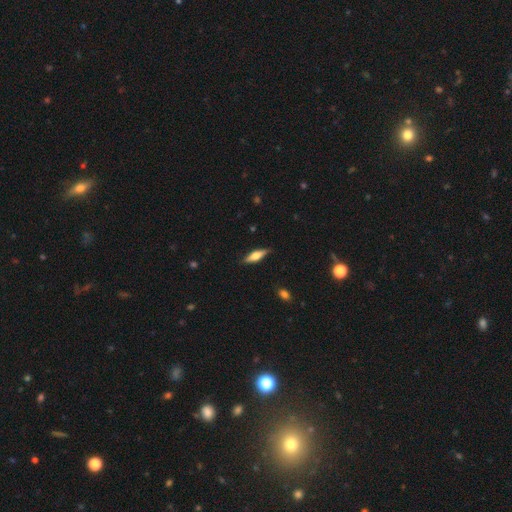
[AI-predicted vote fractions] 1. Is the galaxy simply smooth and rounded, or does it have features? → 53% smooth, 40% featured or disk, 6% star or artifact.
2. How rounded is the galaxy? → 50% cigar-shaped, 48% in between, 2% round.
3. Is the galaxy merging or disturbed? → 85% none, 12% minor disturbance, 2% major disturbance, 1% merger.